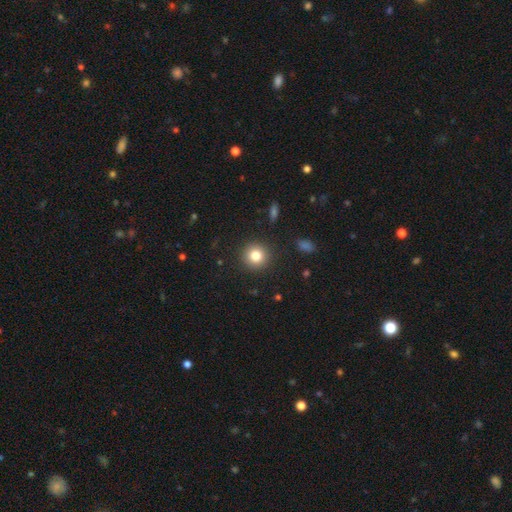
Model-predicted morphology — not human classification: smooth_or_featured: smooth (p=0.81) [alt: star or artifact p=0.11]
how_rounded: round (p=0.94) [alt: in between p=0.05]
merging: none (p=0.91) [alt: minor disturbance p=0.06]